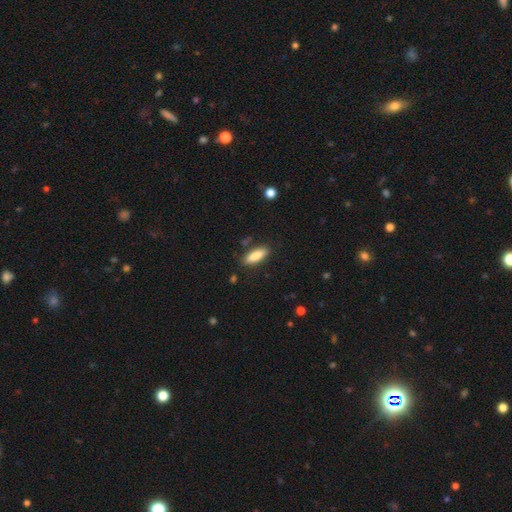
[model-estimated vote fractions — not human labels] This is clearly a smooth galaxy (84%). How rounded: possibly in between (59%). Merging: clearly none (84%).